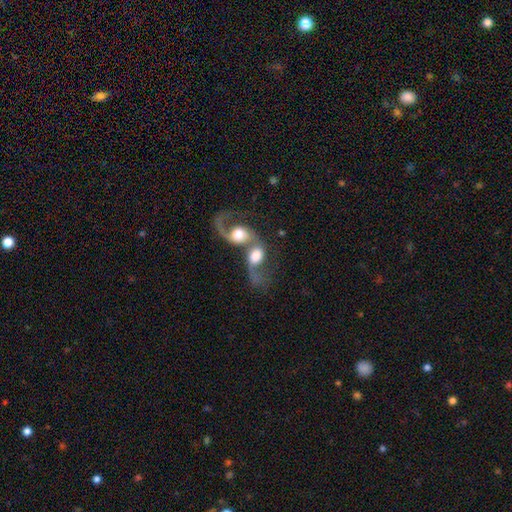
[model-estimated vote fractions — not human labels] Overall: featured or disk (58%; smooth 33%). Edge-on disk: no (95%). Bar: no (67%). Spiral arms: yes (82%). Bulge size: large (46%; moderate 31%). Merging: merger (83%).